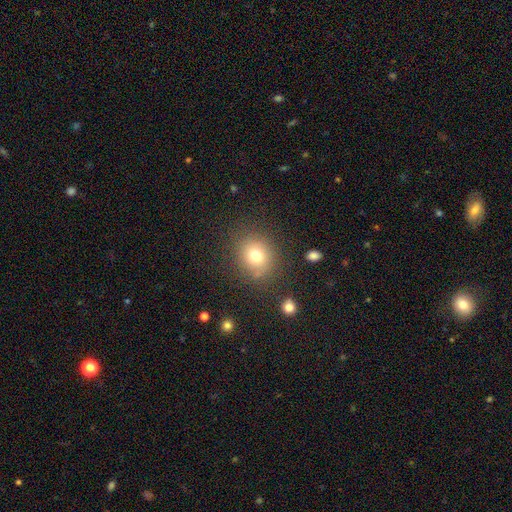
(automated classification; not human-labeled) Overall: smooth (74%). How rounded: round (75%). Merging: none (80%).